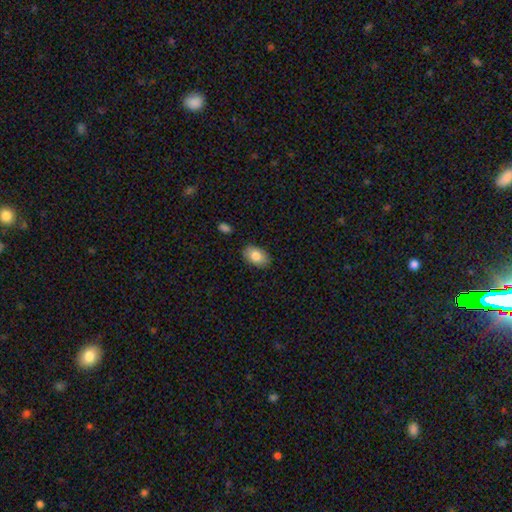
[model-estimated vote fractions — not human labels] smooth-or-featured: smooth: 84% | featured or disk: 10% | star or artifact: 7%
  how-rounded: in between: 91% | round: 8% | cigar-shaped: 1%
  merging: none: 86% | minor disturbance: 11% | major disturbance: 2% | merger: 1%